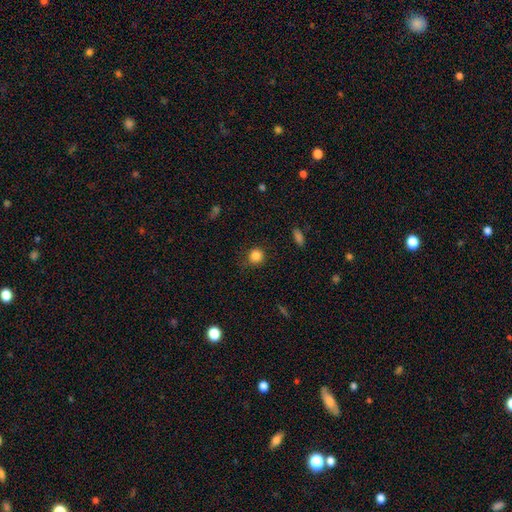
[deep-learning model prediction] Smooth or featured?
  - smooth: 85% *
  - star or artifact: 11%
  - featured or disk: 4%
How rounded?
  - round: 91% *
  - in between: 8%
  - cigar-shaped: 1%
Merging?
  - none: 83% *
  - minor disturbance: 12%
  - major disturbance: 4%
  - merger: 1%